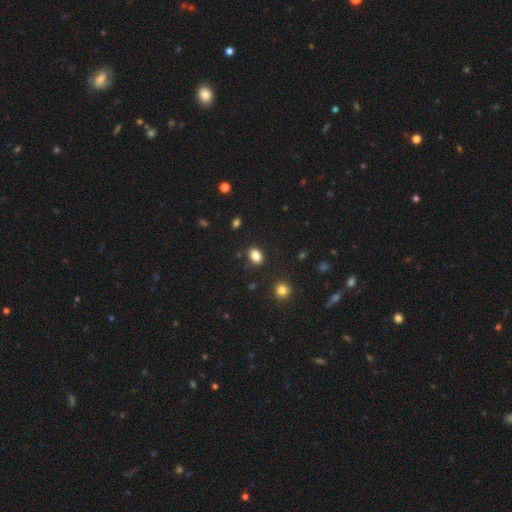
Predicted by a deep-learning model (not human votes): The model was most divided on "how rounded": in between: 75%, round: 24%, cigar-shaped: 1%. More confident: merging — none (85%); smooth or featured — smooth (84%).